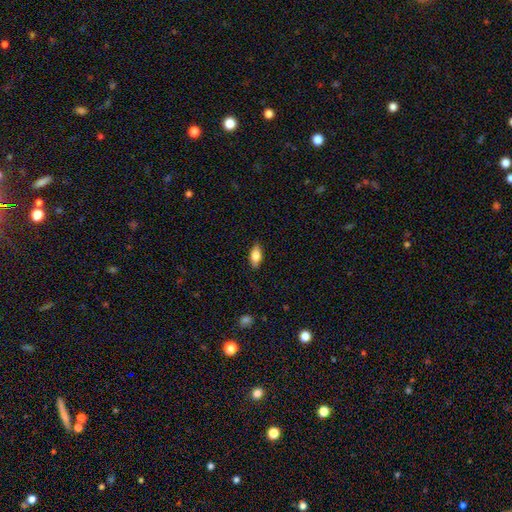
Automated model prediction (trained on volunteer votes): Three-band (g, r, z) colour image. It shows a smooth galaxy with no disk features (74%) that is in between round and cigar-shaped (84%). Merging: none (84%).